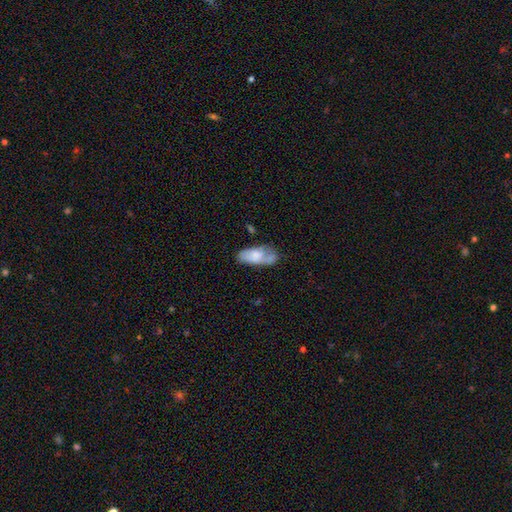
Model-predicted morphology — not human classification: This appears to be a smooth galaxy with no disk features (65%) that is in between round and cigar-shaped (87%). Merging: none (44%).